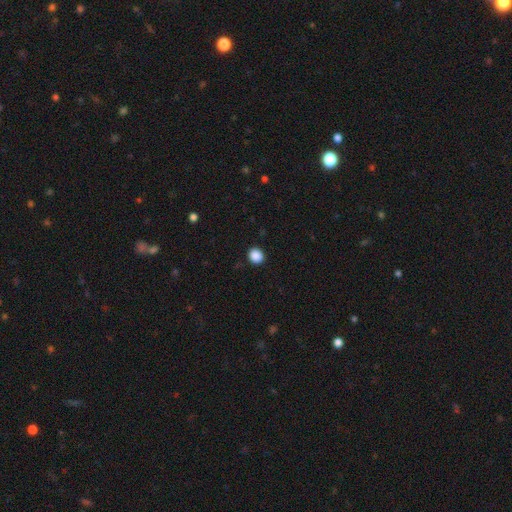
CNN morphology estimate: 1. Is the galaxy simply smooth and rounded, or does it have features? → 88% smooth, 9% star or artifact, 2% featured or disk.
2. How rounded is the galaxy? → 87% round, 12% in between, 1% cigar-shaped.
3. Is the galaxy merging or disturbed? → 92% none, 5% minor disturbance, 2% major disturbance, 1% merger.